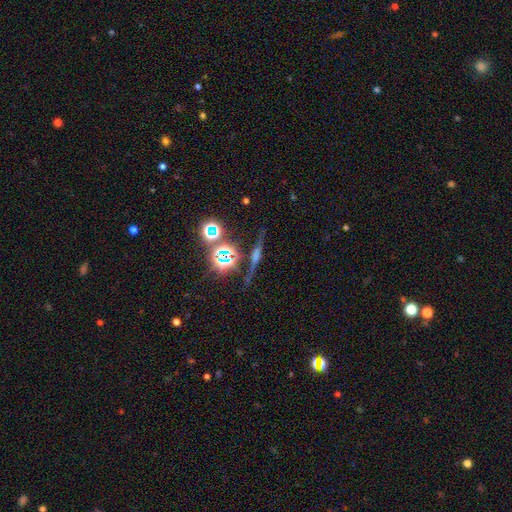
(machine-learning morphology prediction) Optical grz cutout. It shows a featured or disk galaxy (52%) viewed edge-on (91%). Merging: none (82%).